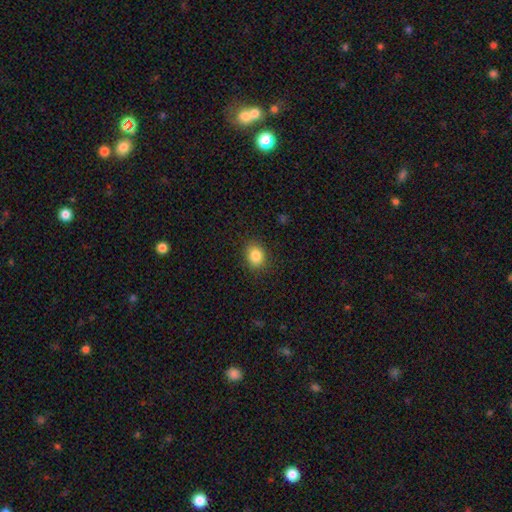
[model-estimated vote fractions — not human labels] Smooth or featured? smooth (85%)
How rounded? in between (51%)
Merging? none (86%)